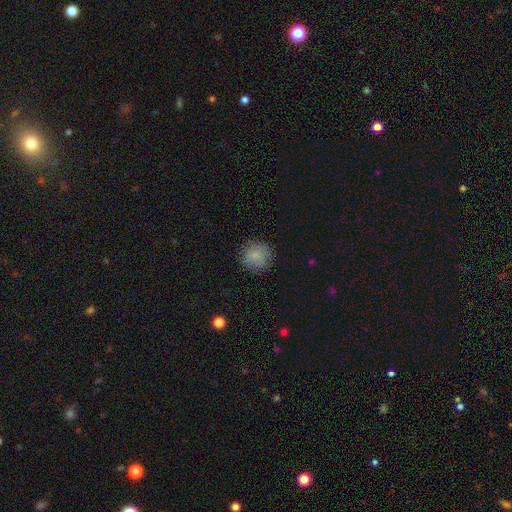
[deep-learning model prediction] smooth_or_featured: smooth (p=0.84) [alt: star or artifact p=0.09]
how_rounded: round (p=0.92) [alt: in between p=0.07]
merging: none (p=0.83) [alt: minor disturbance p=0.12]